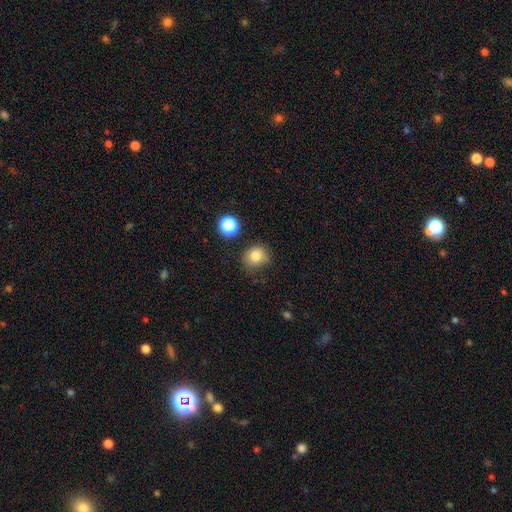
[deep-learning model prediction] Smooth or featured?
  - smooth: 80% *
  - star or artifact: 13%
  - featured or disk: 7%
How rounded?
  - round: 80% *
  - in between: 19%
  - cigar-shaped: 1%
Merging?
  - none: 77% *
  - minor disturbance: 16%
  - major disturbance: 4%
  - merger: 3%